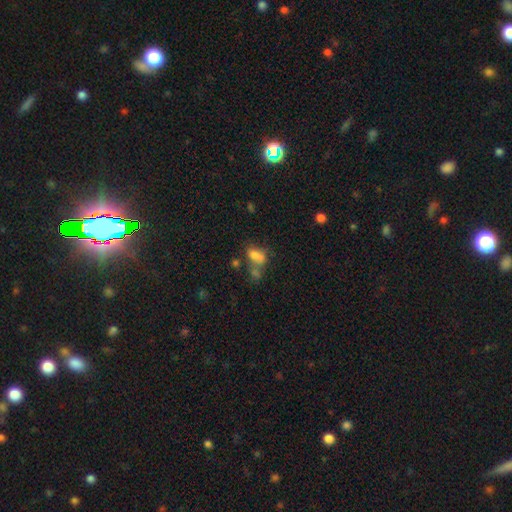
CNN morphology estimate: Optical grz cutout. It shows a smooth galaxy with no disk features (73%) that is in between round and cigar-shaped (84%). Merging: merger (38%).